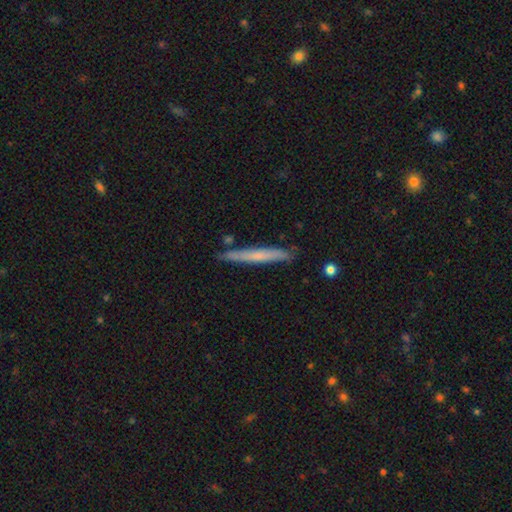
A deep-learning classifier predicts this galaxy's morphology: Overall: smooth (58%; featured or disk 37%). How rounded: cigar-shaped (96%). Merging: none (83%).